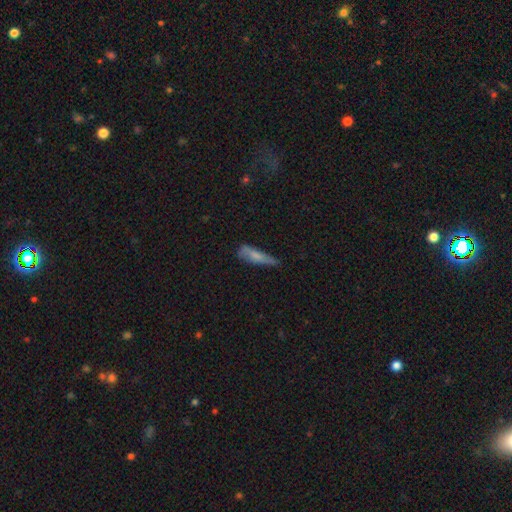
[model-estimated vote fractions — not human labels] A smooth galaxy with no disk features (68%) that is cigar-shaped (73%).

Vote fractions:
- Smooth or featured? smooth: 68% / featured or disk: 25% / star or artifact: 8%
- How rounded? cigar-shaped: 73% / in between: 25% / round: 2%
- Merging? none: 46% / minor disturbance: 36% / major disturbance: 14% / merger: 3%